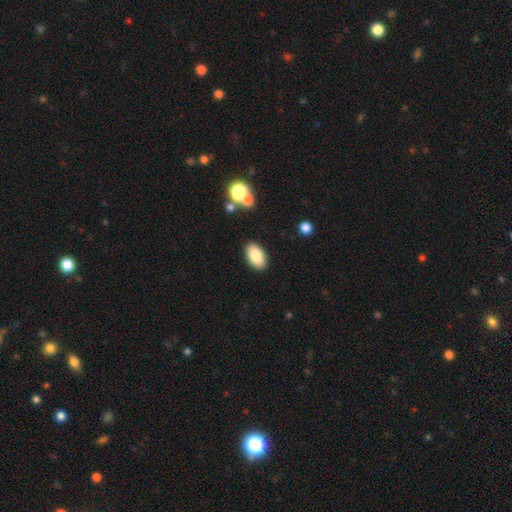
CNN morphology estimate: smooth-or-featured: smooth: 84% | featured or disk: 8% | star or artifact: 8%
  how-rounded: in between: 93% | round: 5% | cigar-shaped: 1%
  merging: none: 88% | minor disturbance: 8% | major disturbance: 2% | merger: 2%